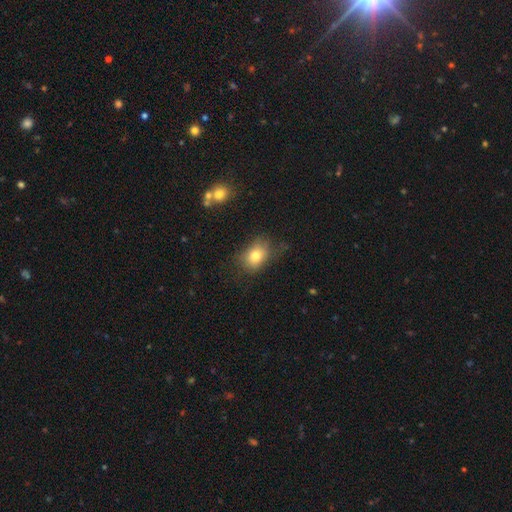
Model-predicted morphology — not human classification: The model was most divided on "how rounded": in between: 64%, round: 34%, cigar-shaped: 1%. More confident: smooth or featured — smooth (78%); merging — none (63%).